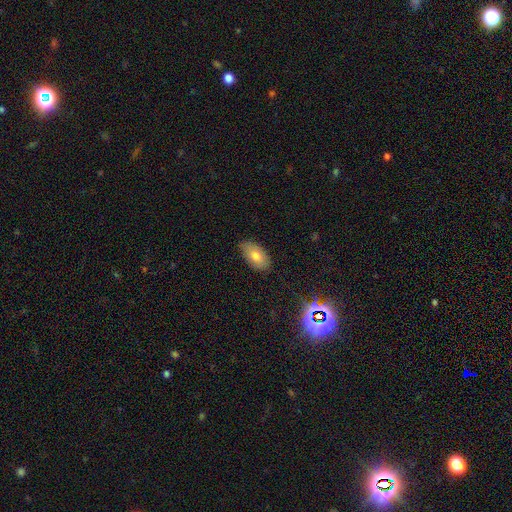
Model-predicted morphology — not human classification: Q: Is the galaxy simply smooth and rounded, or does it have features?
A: smooth — 75%.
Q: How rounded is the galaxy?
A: in between — 93%.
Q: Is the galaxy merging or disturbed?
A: none — 79%.